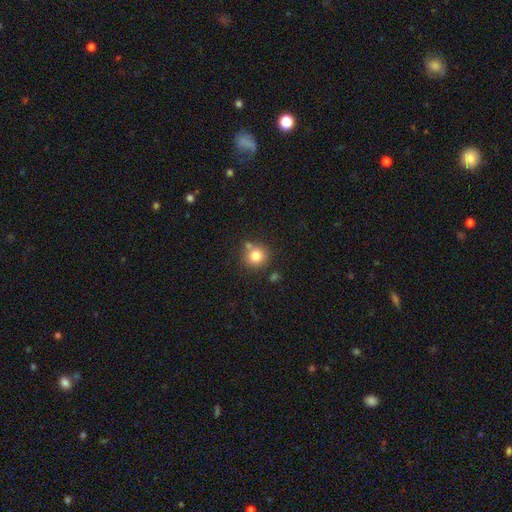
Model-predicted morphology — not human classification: A smooth galaxy with no disk features (80%) that is round (91%).

Vote fractions:
- Smooth or featured? smooth: 80% / star or artifact: 11% / featured or disk: 9%
- How rounded? round: 91% / in between: 8% / cigar-shaped: 1%
- Merging? none: 74% / merger: 12% / minor disturbance: 11% / major disturbance: 3%